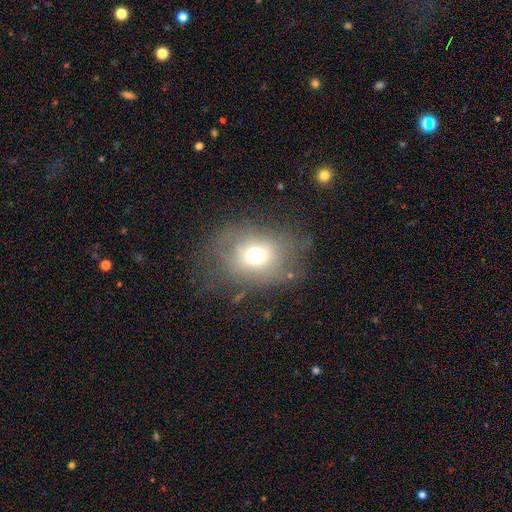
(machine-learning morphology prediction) Overall: smooth (63%). How rounded: round (56%; in between 43%). Merging: none (57%; minor disturbance 21%).